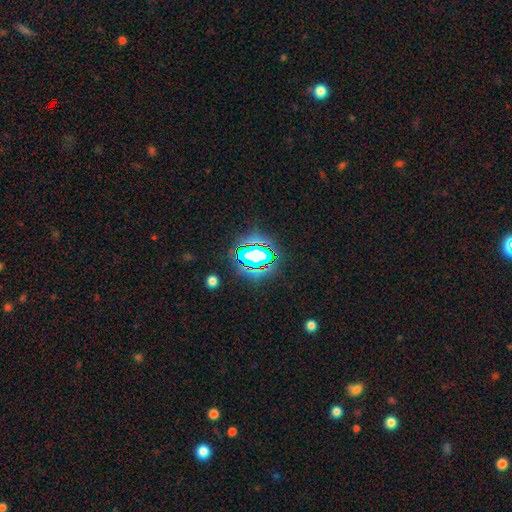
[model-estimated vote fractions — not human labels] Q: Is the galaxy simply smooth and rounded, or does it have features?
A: star or artifact — 58%.